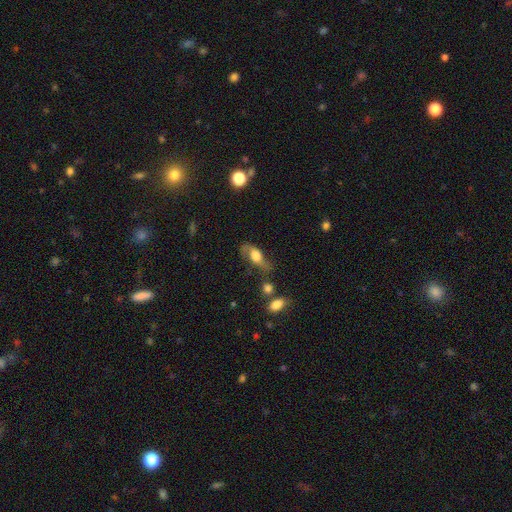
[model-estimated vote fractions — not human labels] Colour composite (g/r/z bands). It shows a featured or disk galaxy (50%). Merging: none (52%).